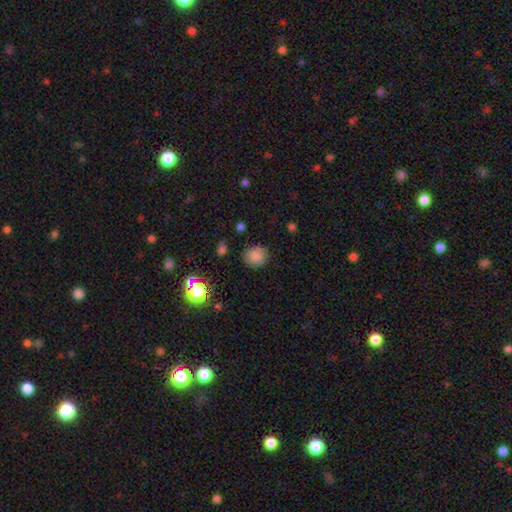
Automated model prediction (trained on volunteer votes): Smooth or featured? Predicted: smooth (p=0.81). How rounded? Predicted: round (p=0.82). Merging? Predicted: none (p=0.83).